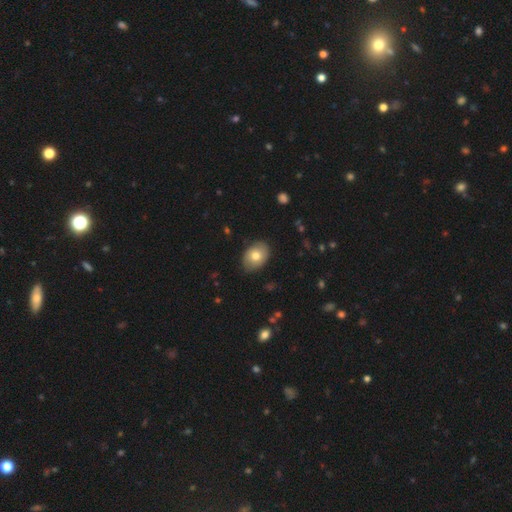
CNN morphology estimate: A smooth galaxy with no disk features (74%) that is in between round and cigar-shaped (73%). Merging: none (83%).